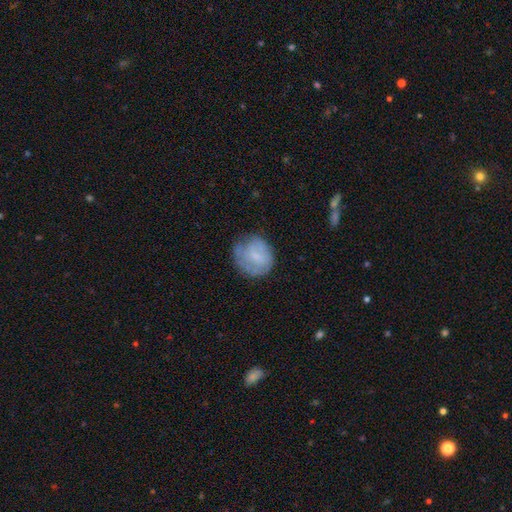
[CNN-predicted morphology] type=smooth (59%); roundness=round (79%); merging=none (60%).